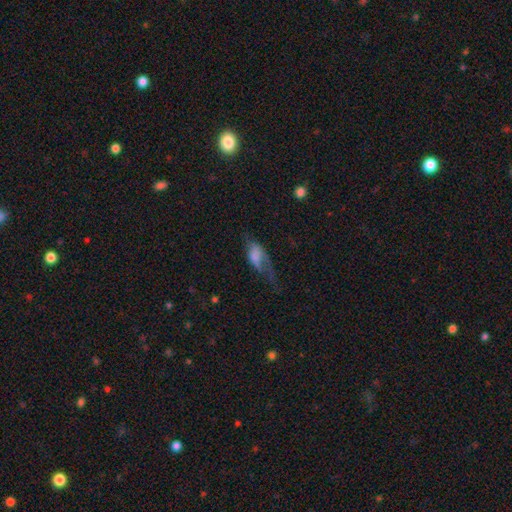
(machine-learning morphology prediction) Smooth or featured? Predicted: smooth (p=0.52). How rounded? Predicted: in between (p=0.87). Merging? Predicted: major disturbance (p=0.55).